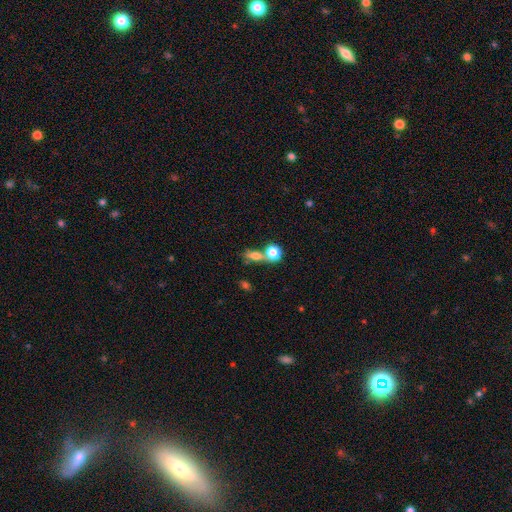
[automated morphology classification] A smooth galaxy with no disk features (72%) that is in between round and cigar-shaped (57%). Merging: merger (44%).